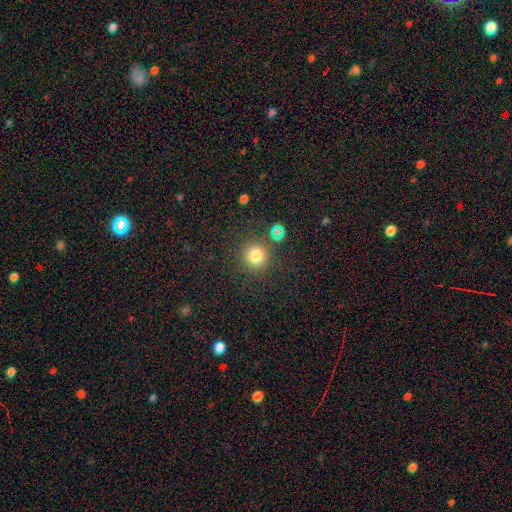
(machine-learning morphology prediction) This appears to be a smooth galaxy with no disk features (79%) that is round (94%). Merging: none (84%).